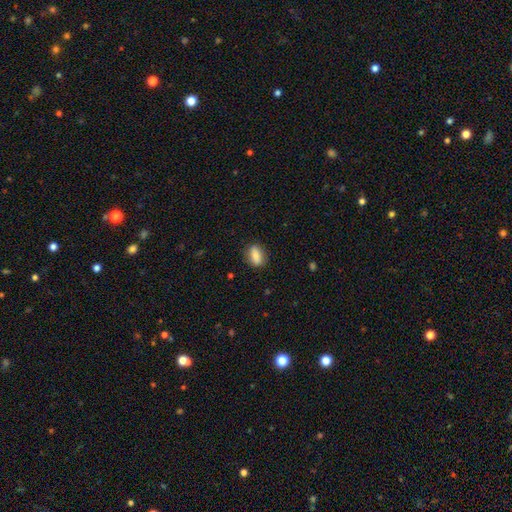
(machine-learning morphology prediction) smooth-or-featured: smooth: 80% | featured or disk: 12% | star or artifact: 7%
  how-rounded: in between: 80% | round: 12% | cigar-shaped: 8%
  merging: none: 83% | minor disturbance: 12% | major disturbance: 3% | merger: 1%